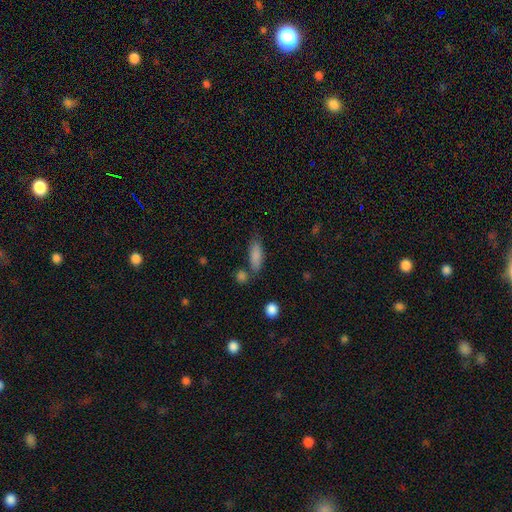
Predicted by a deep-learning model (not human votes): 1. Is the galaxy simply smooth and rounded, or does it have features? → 84% smooth, 8% featured or disk, 8% star or artifact.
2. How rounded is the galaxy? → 67% in between, 30% cigar-shaped, 3% round.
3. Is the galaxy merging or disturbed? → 65% none, 17% minor disturbance, 13% merger, 5% major disturbance.